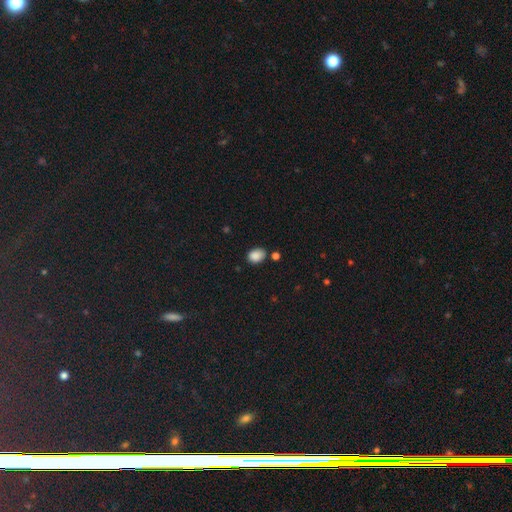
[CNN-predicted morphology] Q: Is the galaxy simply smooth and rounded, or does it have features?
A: smooth — 87%.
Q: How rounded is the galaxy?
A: in between — 72%.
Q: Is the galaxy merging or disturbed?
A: none — 73%.